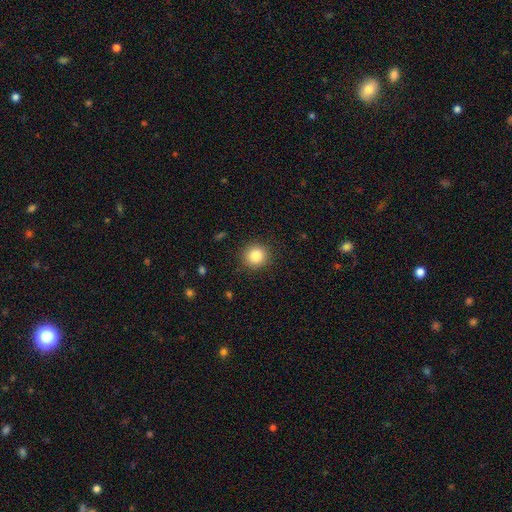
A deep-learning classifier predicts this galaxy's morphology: smooth-or-featured: smooth: 85% | star or artifact: 10% | featured or disk: 6%
  how-rounded: round: 91% | in between: 8% | cigar-shaped: 1%
  merging: none: 90% | minor disturbance: 7% | major disturbance: 2% | merger: 1%